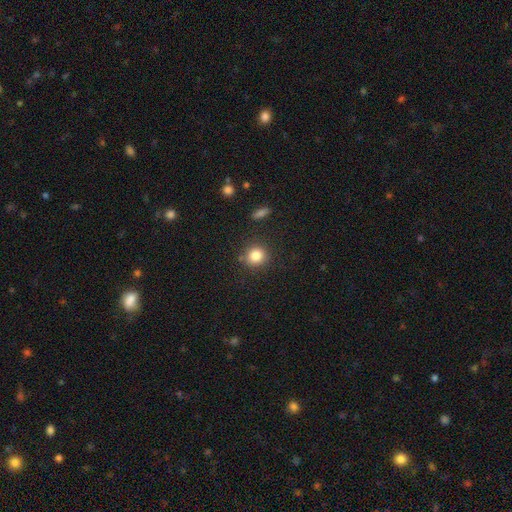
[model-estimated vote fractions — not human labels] Smooth or featured?
  - smooth: 84% *
  - star or artifact: 10%
  - featured or disk: 6%
How rounded?
  - round: 87% *
  - in between: 12%
  - cigar-shaped: 1%
Merging?
  - none: 84% *
  - minor disturbance: 10%
  - merger: 3%
  - major disturbance: 3%